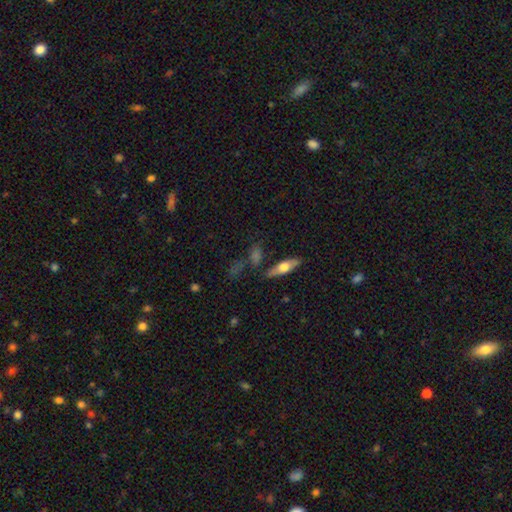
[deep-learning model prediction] Smooth or featured? featured or disk (47%)
Merging? none (72%)